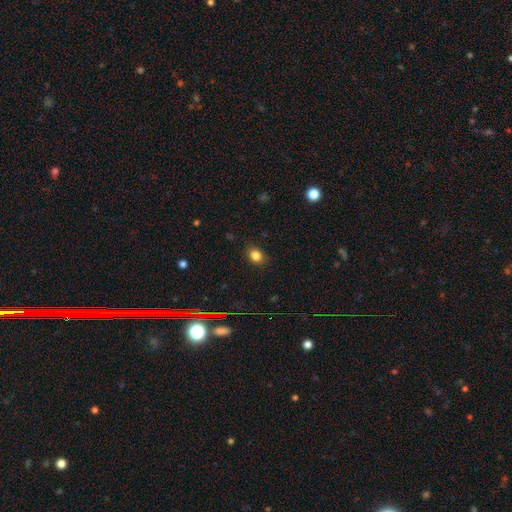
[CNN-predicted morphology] Smooth or featured?
  - smooth: 83% *
  - star or artifact: 12%
  - featured or disk: 5%
How rounded?
  - in between: 58% *
  - round: 41%
  - cigar-shaped: 1%
Merging?
  - none: 86% *
  - minor disturbance: 10%
  - major disturbance: 3%
  - merger: 1%